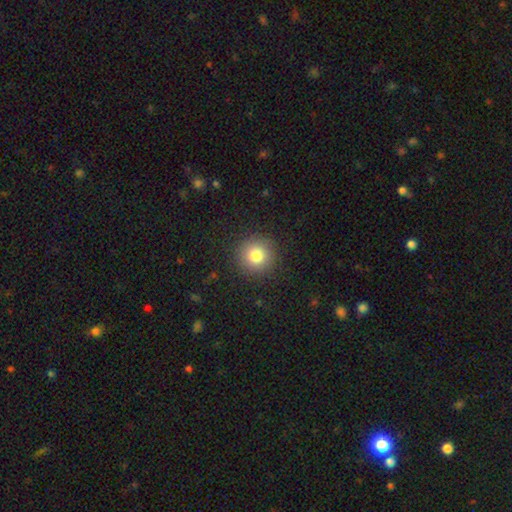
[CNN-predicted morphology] Q: Smooth or featured?
A: smooth (81%); runner-up: star or artifact (11%)
Q: How rounded?
A: round (94%); runner-up: in between (5%)
Q: Merging?
A: none (91%); runner-up: minor disturbance (6%)